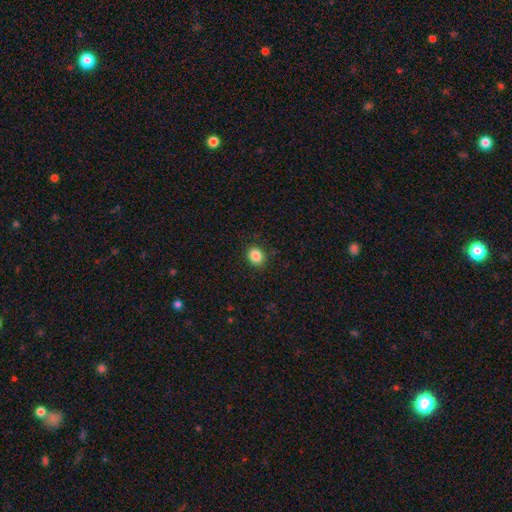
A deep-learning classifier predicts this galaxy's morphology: Smooth or featured? smooth (86%)
How rounded? round (59%)
Merging? none (89%)